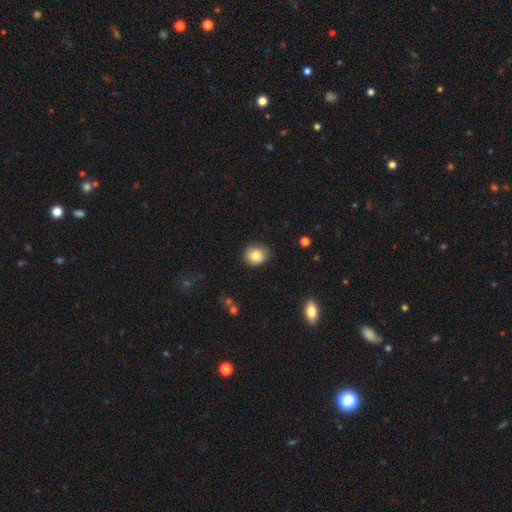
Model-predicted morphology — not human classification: This appears to be a smooth galaxy with no disk features (82%) that is round (77%). Merging: none (82%).